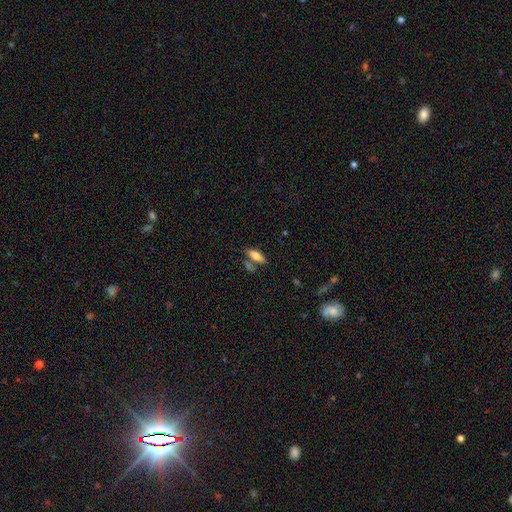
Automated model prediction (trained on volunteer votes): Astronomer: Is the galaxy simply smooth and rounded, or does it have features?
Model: smooth — 71%.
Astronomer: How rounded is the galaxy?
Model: in between — 66%.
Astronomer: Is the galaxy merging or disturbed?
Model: none — 64%.